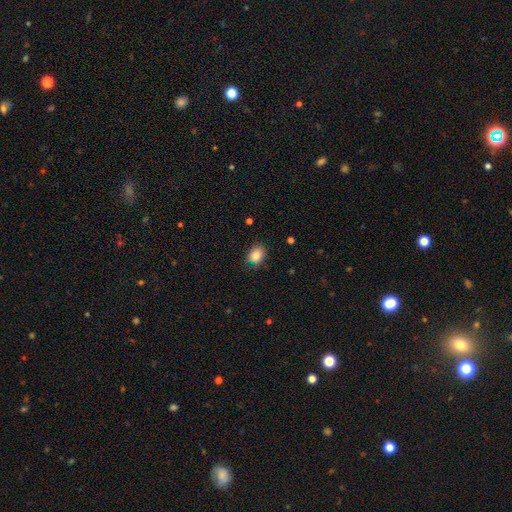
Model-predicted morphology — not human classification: A smooth galaxy with no disk features (85%) that is in between round and cigar-shaped (65%).

Vote fractions:
- Smooth or featured? smooth: 85% / star or artifact: 9% / featured or disk: 6%
- How rounded? in between: 65% / round: 34% / cigar-shaped: 1%
- Merging? none: 73% / minor disturbance: 22% / major disturbance: 4% / merger: 2%